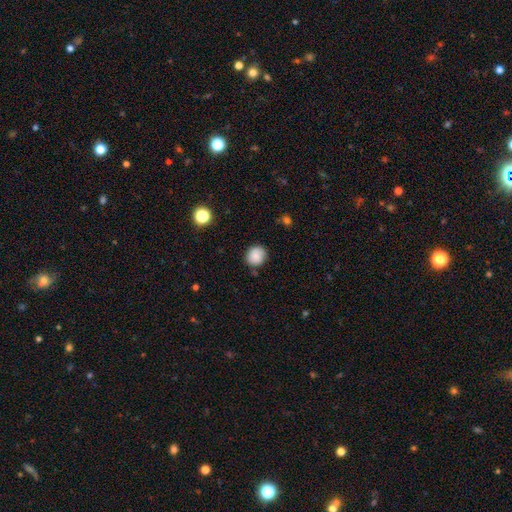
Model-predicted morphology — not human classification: Q: Smooth or featured?
A: smooth (85%); runner-up: star or artifact (9%)
Q: How rounded?
A: round (86%); runner-up: in between (13%)
Q: Merging?
A: none (83%); runner-up: minor disturbance (12%)